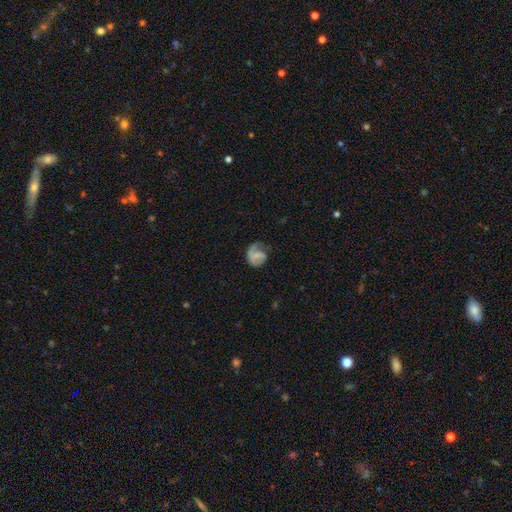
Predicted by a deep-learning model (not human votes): This is possibly a featured or disk galaxy (58%). It is clearly not viewed edge-on (98%). Bar: possibly no (47%). Spiral arm pattern: clearly yes (81%). Central bulge: possibly small (45%). Merging: marginally none (42%).